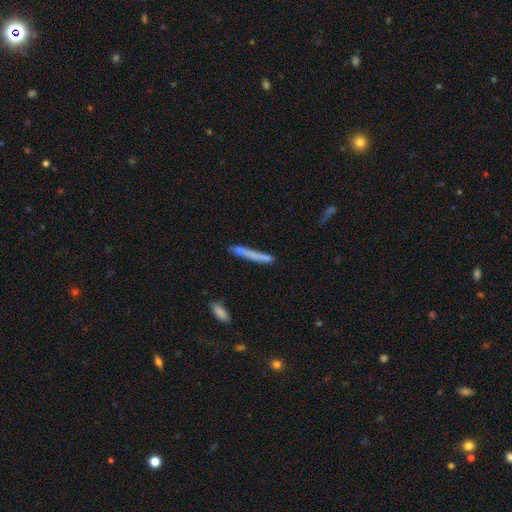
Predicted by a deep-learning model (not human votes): Q: Smooth or featured?
A: smooth (64%); runner-up: featured or disk (28%)
Q: How rounded?
A: cigar-shaped (95%); runner-up: in between (3%)
Q: Merging?
A: none (68%); runner-up: minor disturbance (18%)